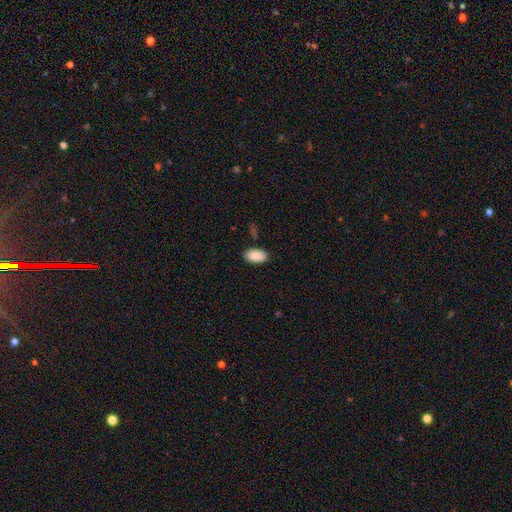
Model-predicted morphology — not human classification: Overall: smooth (88%). How rounded: in between (95%). Merging: none (86%).